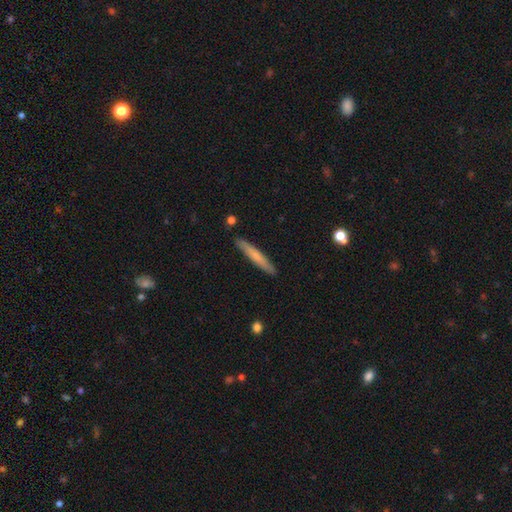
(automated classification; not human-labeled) smooth-or-featured: smooth: 66% | featured or disk: 29% | star or artifact: 5%
  how-rounded: cigar-shaped: 95% | in between: 4% | round: 1%
  merging: none: 90% | minor disturbance: 7% | merger: 2% | major disturbance: 1%